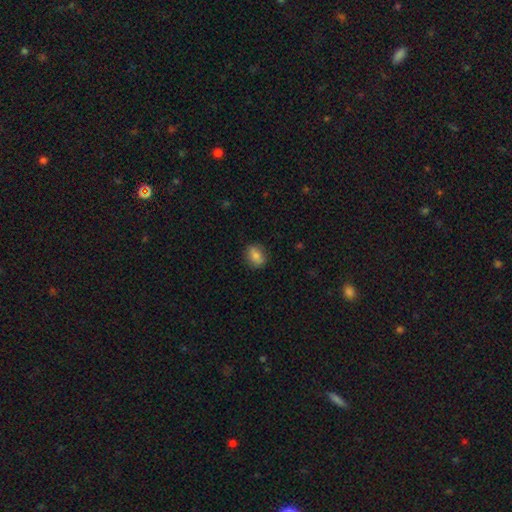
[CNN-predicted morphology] A smooth galaxy with no disk features (79%) that is in between round and cigar-shaped (55%).

Vote fractions:
- Smooth or featured? smooth: 79% / featured or disk: 13% / star or artifact: 9%
- How rounded? in between: 55% / round: 43% / cigar-shaped: 2%
- Merging? none: 84% / minor disturbance: 12% / major disturbance: 3% / merger: 1%